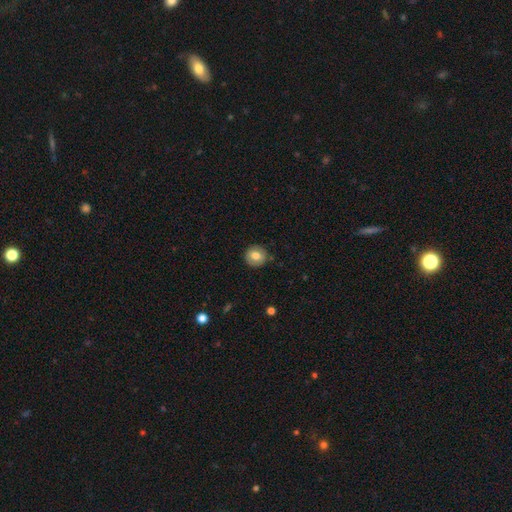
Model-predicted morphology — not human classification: Q: Smooth or featured?
A: smooth (74%); runner-up: featured or disk (18%)
Q: How rounded?
A: round (89%); runner-up: in between (10%)
Q: Merging?
A: none (86%); runner-up: minor disturbance (10%)